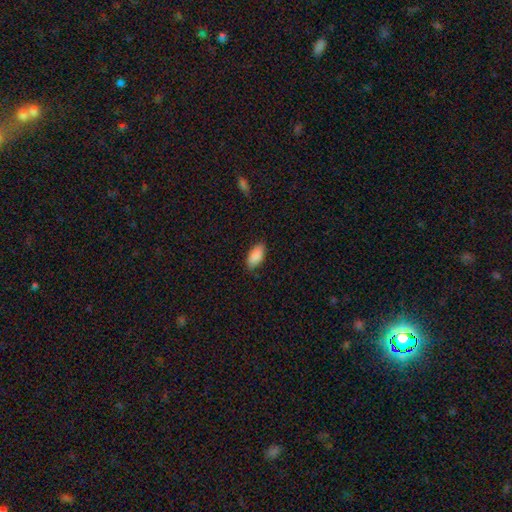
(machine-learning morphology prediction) Overall: smooth (89%). How rounded: in between (92%). Merging: none (83%).